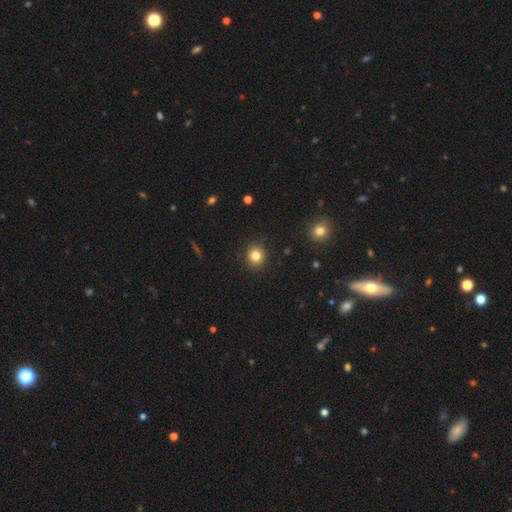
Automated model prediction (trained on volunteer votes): Smooth or featured: smooth — 82% (star or artifact — 12%)
How rounded: round — 89% (in between — 10%)
Merging: none — 91% (minor disturbance — 5%)